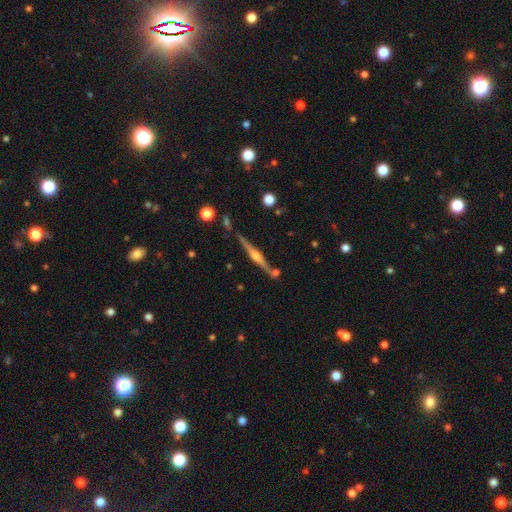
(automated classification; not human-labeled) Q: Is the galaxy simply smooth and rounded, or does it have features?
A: featured or disk — 84%.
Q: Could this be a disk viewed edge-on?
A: yes — 98%.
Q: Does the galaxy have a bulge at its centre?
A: rounded — 91%.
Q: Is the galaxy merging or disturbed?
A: none — 83%.